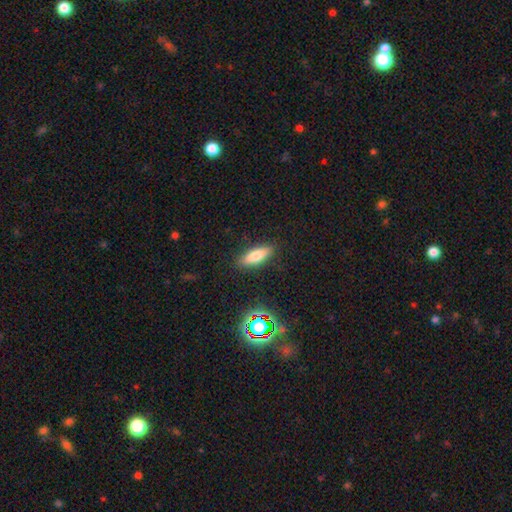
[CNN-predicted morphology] Smooth or featured: smooth — 74% (featured or disk — 17%)
How rounded: in between — 53% (cigar-shaped — 44%)
Merging: none — 87% (minor disturbance — 9%)